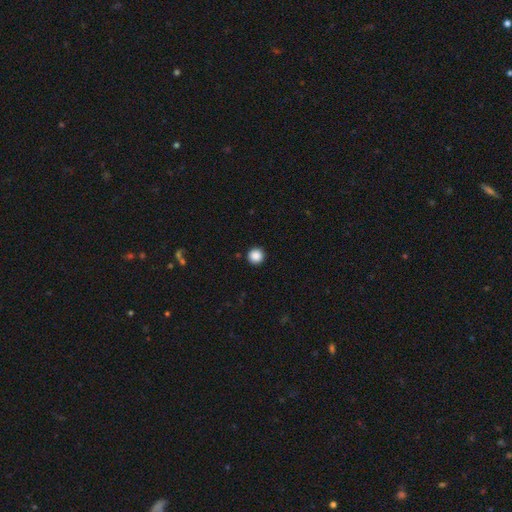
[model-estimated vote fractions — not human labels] Q: Smooth or featured?
A: smooth (88%); runner-up: star or artifact (9%)
Q: How rounded?
A: round (96%); runner-up: in between (3%)
Q: Merging?
A: none (93%); runner-up: minor disturbance (5%)